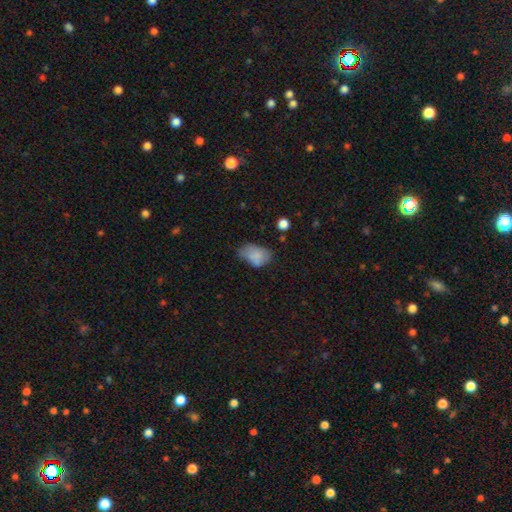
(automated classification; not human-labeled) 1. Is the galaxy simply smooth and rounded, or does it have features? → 78% smooth, 13% featured or disk, 9% star or artifact.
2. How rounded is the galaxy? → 85% in between, 14% round, 1% cigar-shaped.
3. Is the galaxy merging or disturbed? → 40% minor disturbance (tied), 40% none (tied), 16% major disturbance, 4% merger.